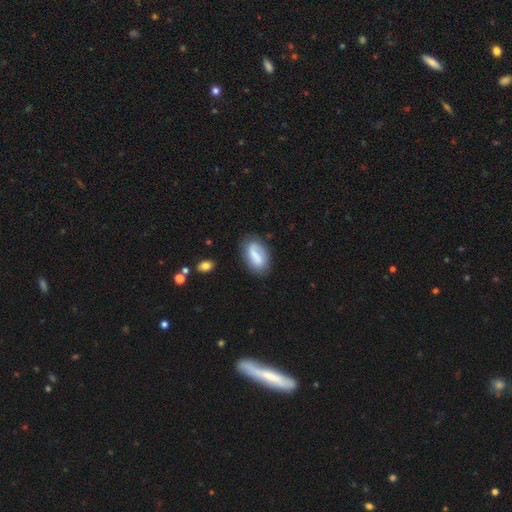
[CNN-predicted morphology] Smooth or featured: smooth — 65% (featured or disk — 27%)
How rounded: in between — 89% (cigar-shaped — 6%)
Merging: none — 70% (minor disturbance — 20%)